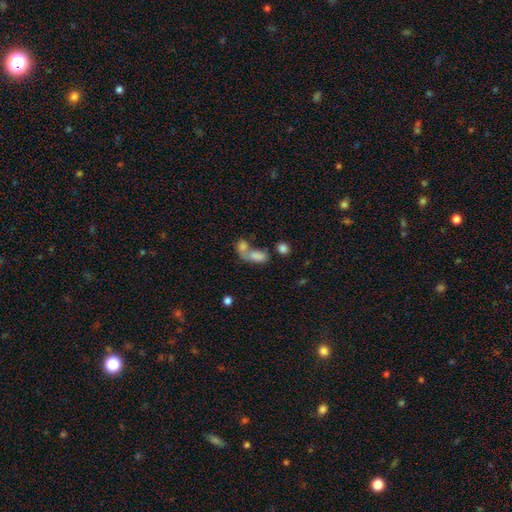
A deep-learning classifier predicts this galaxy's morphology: A smooth galaxy with no disk features (75%) that is in between round and cigar-shaped (83%). Merging: merger (67%).